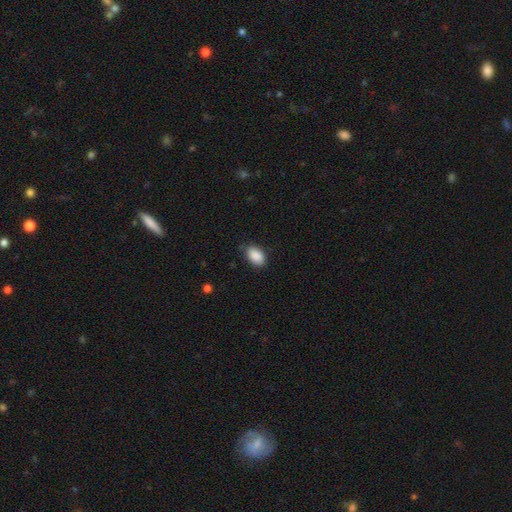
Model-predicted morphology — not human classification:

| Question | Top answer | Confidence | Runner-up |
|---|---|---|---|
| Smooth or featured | smooth | 90% | star or artifact (7%) |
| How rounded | in between | 90% | round (9%) |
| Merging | none | 81% | minor disturbance (15%) |